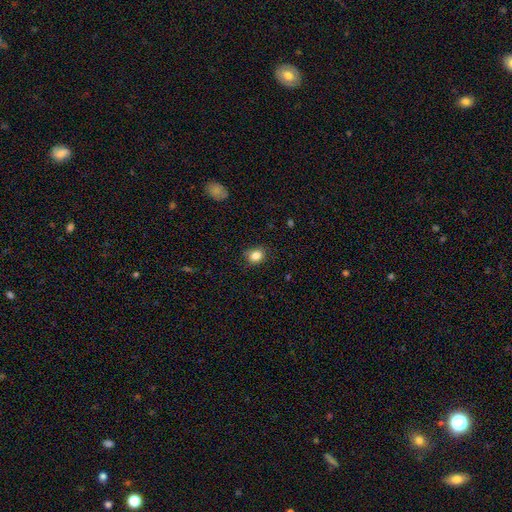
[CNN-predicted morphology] This appears to be a smooth galaxy with no disk features (84%) that is round (59%). Merging: none (82%).